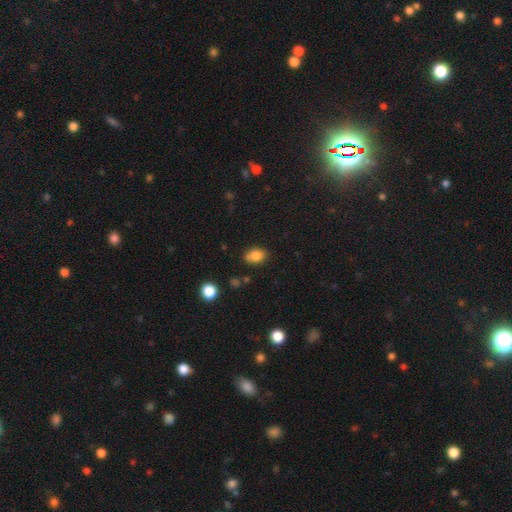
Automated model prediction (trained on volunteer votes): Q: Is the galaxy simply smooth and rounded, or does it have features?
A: smooth — 82%.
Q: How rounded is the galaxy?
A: in between — 70%.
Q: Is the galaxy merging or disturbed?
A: none — 75%.